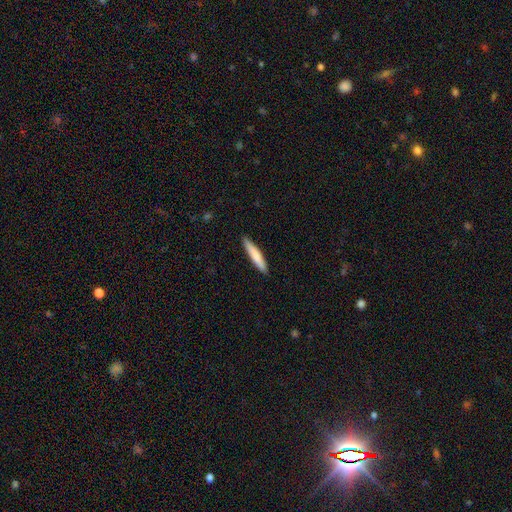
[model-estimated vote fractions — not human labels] This appears to be a smooth galaxy with no disk features (77%) that is cigar-shaped (91%). Merging: none (90%).